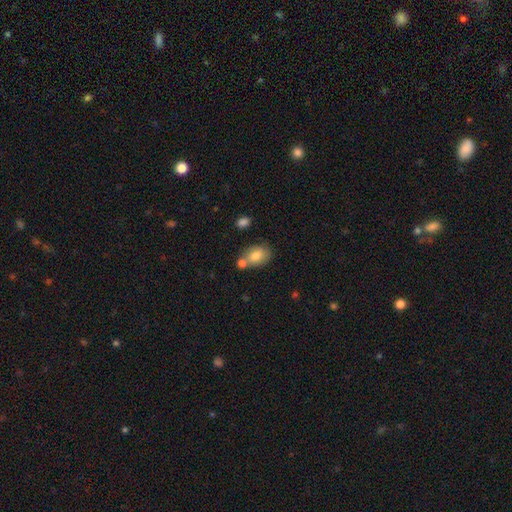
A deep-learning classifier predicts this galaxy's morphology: smooth 81%, featured or disk 11%, star or artifact 8%. Down the decision tree: how rounded — in between (79%); merging — none (54%).